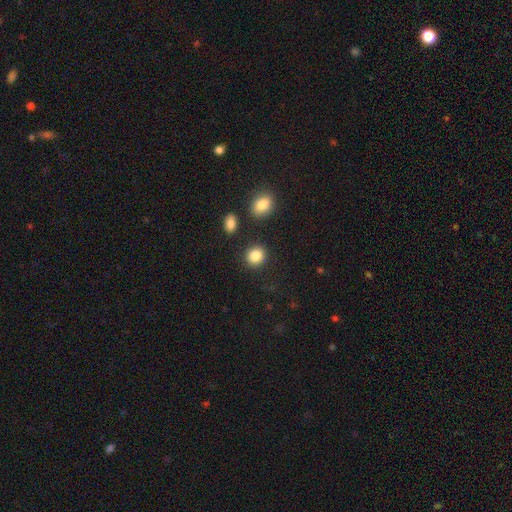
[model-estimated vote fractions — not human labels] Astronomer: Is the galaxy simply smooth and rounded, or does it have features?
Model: smooth — 87%.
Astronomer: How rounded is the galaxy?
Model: round — 75%.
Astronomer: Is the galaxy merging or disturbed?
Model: none — 85%.